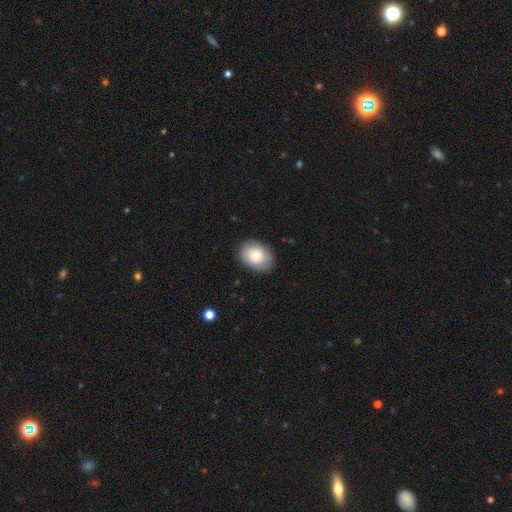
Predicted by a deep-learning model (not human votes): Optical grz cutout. It shows a smooth galaxy with no disk features (69%) that is in between round and cigar-shaped (66%). Merging: none (82%).